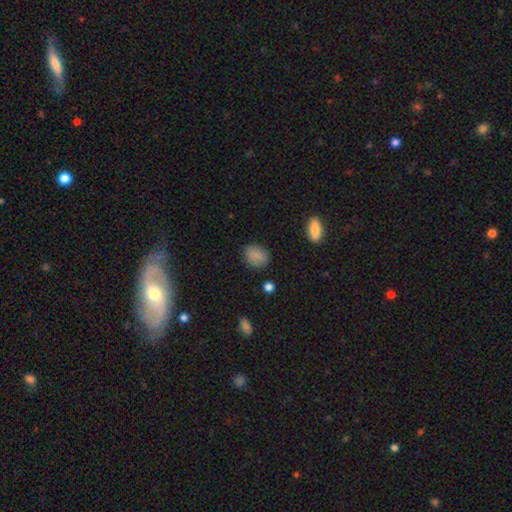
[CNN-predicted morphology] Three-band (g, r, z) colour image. It shows a smooth galaxy with no disk features (87%) that is in between round and cigar-shaped (68%). Merging: none (83%).